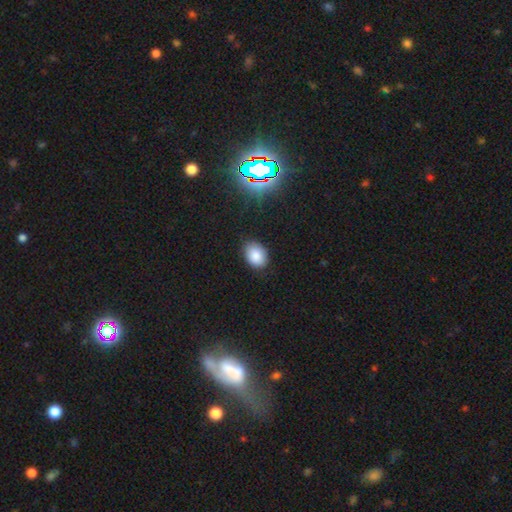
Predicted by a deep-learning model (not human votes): Q: Smooth or featured?
A: smooth (84%); runner-up: star or artifact (11%)
Q: How rounded?
A: in between (71%); runner-up: round (28%)
Q: Merging?
A: none (82%); runner-up: minor disturbance (14%)